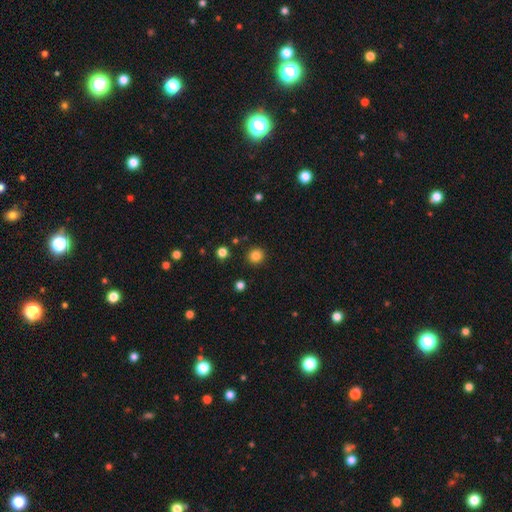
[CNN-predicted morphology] This appears to be a smooth galaxy with no disk features (84%) that is round (92%). Merging: none (91%).